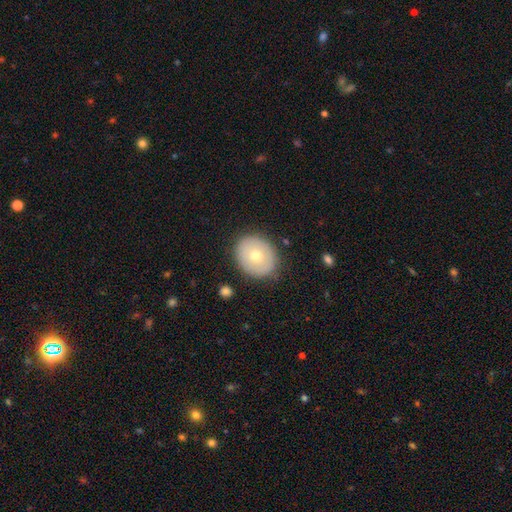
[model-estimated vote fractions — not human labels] A smooth galaxy with no disk features (63%) that is round (69%). Merging: none (87%).